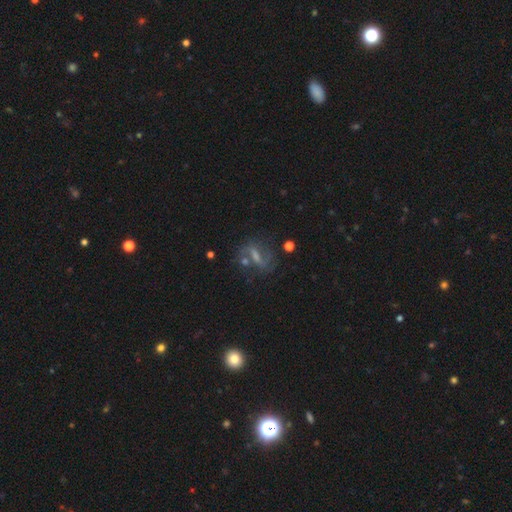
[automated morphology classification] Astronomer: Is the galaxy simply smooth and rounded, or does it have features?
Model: featured or disk — 65%.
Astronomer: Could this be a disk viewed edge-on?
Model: no — 90%.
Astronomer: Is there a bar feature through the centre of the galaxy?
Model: strong — 41%, tied with weak at 41%.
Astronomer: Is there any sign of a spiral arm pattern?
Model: yes — 80%.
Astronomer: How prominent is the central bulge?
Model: small — 37% (runner-up: moderate, 28%).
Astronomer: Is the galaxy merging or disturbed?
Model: none — 58%.